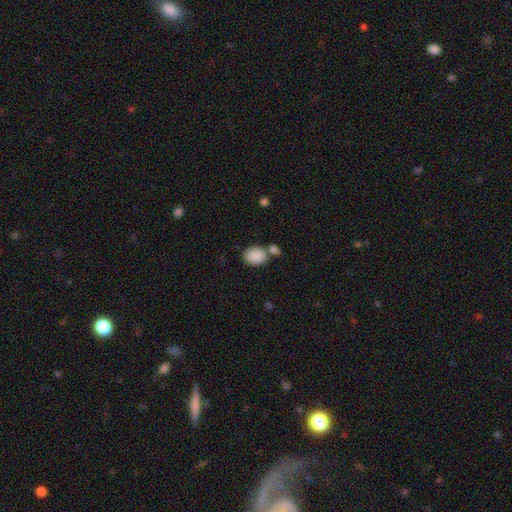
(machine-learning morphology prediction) smooth 88%, star or artifact 7%, featured or disk 4%. Down the decision tree: how rounded — in between (65%); merging — none (61%).